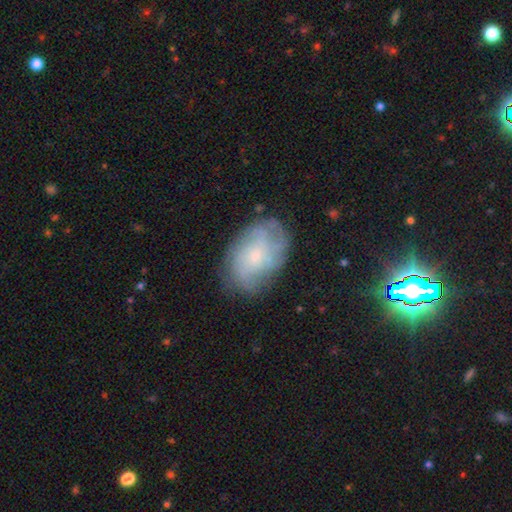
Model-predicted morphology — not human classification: Smooth or featured? featured or disk (56%)
Edge-on disk? no (96%)
Bar? no (77%)
Spiral arms? yes (77%)
Bulge size? small (68%)
Merging? none (70%)